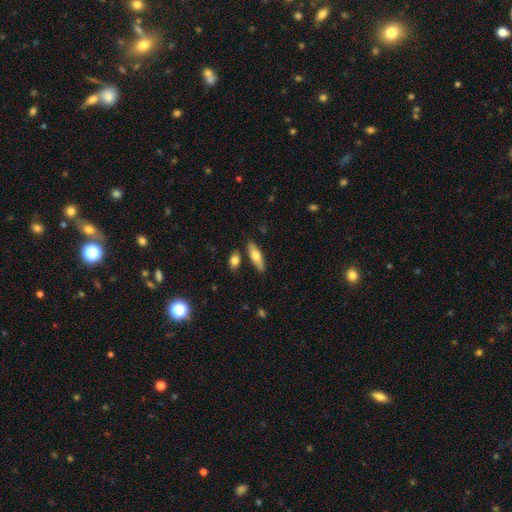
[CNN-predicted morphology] smooth-or-featured: smooth: 67% | featured or disk: 27% | star or artifact: 6%
  how-rounded: cigar-shaped: 50% | in between: 48% | round: 2%
  merging: none: 80% | minor disturbance: 11% | merger: 7% | major disturbance: 2%